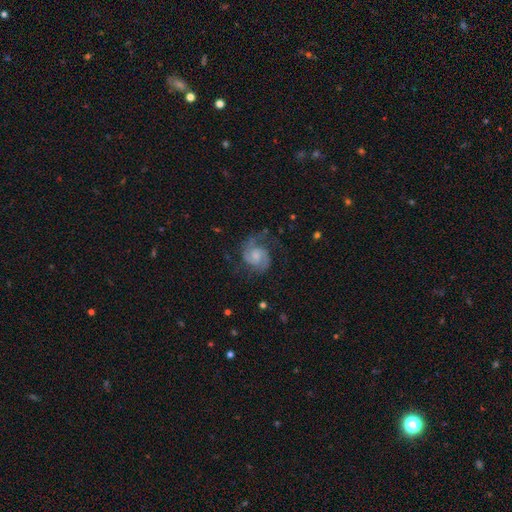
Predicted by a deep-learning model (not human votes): Smooth or featured? featured or disk (85%)
Edge-on disk? no (98%)
Bar? no (58%)
Spiral arms? yes (97%)
Spiral winding? medium (51%)
Spiral arm count? 2 (86%)
Bulge size? small (40%)
Merging? none (65%)